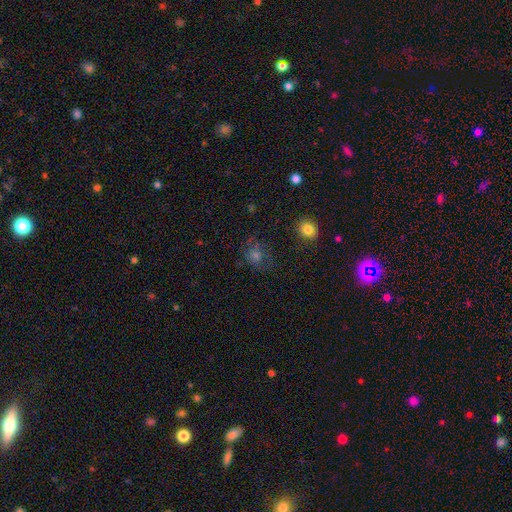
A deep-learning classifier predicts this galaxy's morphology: This appears to be a smooth galaxy with no disk features (53%) that is round (69%). Merging: none (64%).